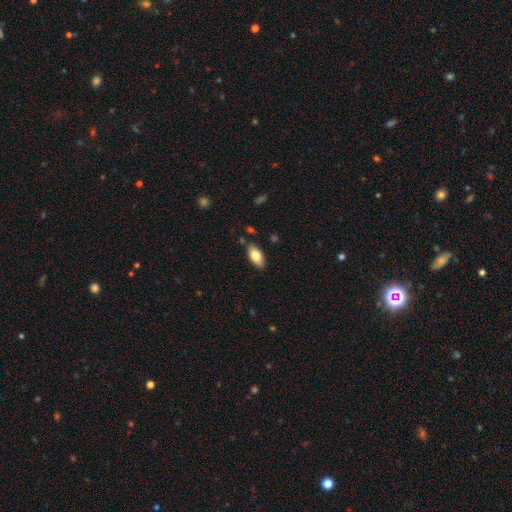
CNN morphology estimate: smooth 76%, featured or disk 17%, star or artifact 7%. Down the decision tree: how rounded — in between (90%); merging — none (85%).